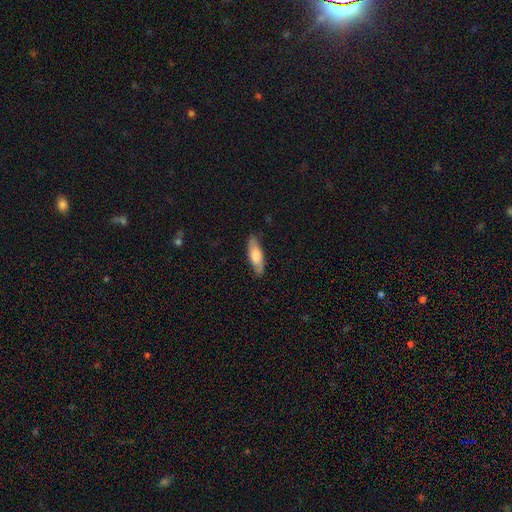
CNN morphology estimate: A smooth galaxy with no disk features (71%) that is in between round and cigar-shaped (55%).

Vote fractions:
- Smooth or featured? smooth: 71% / featured or disk: 23% / star or artifact: 6%
- How rounded? in between: 55% / cigar-shaped: 43% / round: 2%
- Merging? none: 81% / minor disturbance: 15% / major disturbance: 3% / merger: 1%